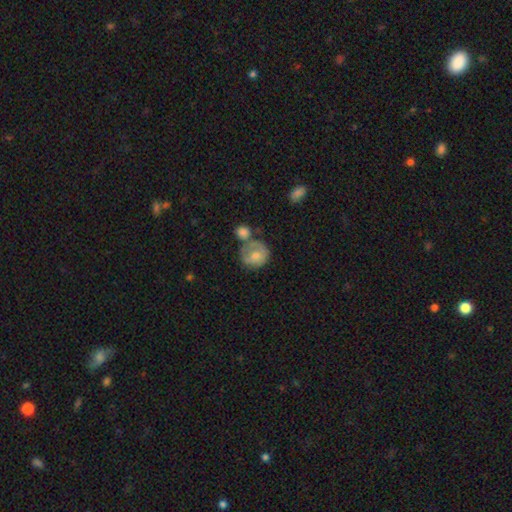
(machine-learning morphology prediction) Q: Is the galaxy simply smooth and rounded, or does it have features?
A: smooth — 57%.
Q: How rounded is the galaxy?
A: round — 76%.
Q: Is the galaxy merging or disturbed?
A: none — 41%.